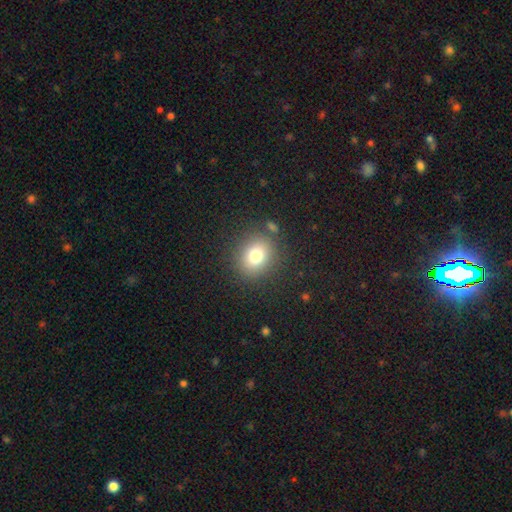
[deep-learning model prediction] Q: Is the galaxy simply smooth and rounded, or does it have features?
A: smooth — 77%.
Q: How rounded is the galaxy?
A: round — 72%.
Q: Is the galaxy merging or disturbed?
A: none — 84%.